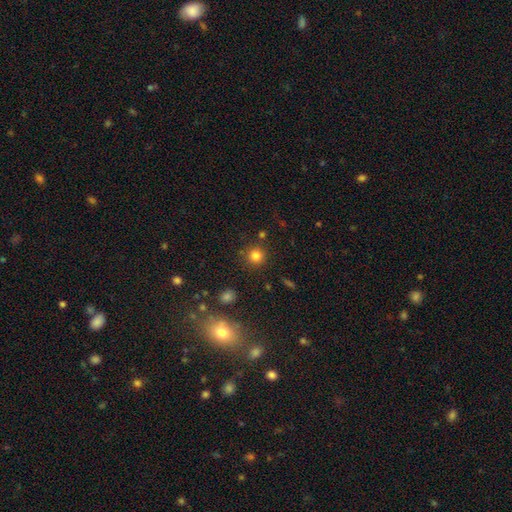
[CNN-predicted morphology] type=smooth (81%); roundness=round (93%); merging=none (86%).